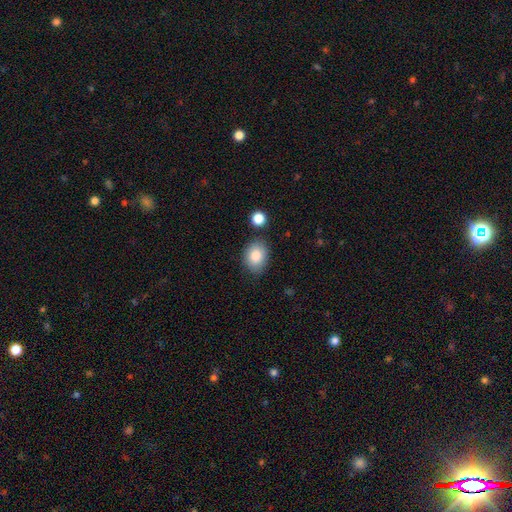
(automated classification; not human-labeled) A smooth galaxy with no disk features (85%) that is in between round and cigar-shaped (67%).

Vote fractions:
- Smooth or featured? smooth: 85% / star or artifact: 8% / featured or disk: 8%
- How rounded? in between: 67% / round: 32% / cigar-shaped: 1%
- Merging? none: 78% / minor disturbance: 14% / merger: 5% / major disturbance: 3%